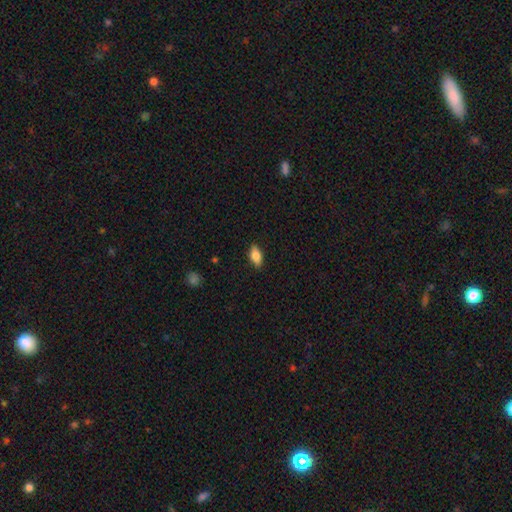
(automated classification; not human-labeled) Smooth or featured? smooth (79%)
How rounded? in between (88%)
Merging? none (88%)